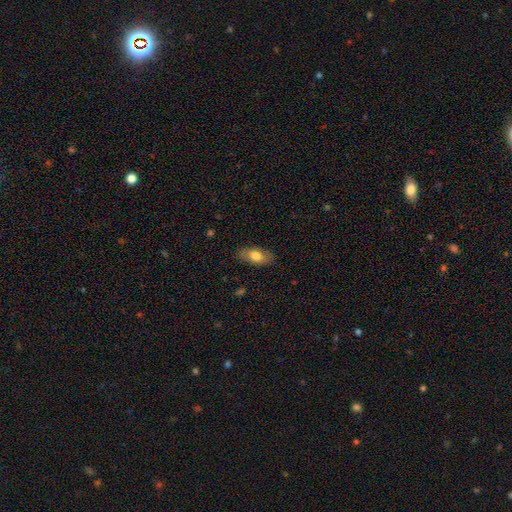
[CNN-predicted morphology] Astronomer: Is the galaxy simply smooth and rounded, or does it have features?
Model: smooth — 74%.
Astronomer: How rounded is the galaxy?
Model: in between — 88%.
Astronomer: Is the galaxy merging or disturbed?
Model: none — 83%.